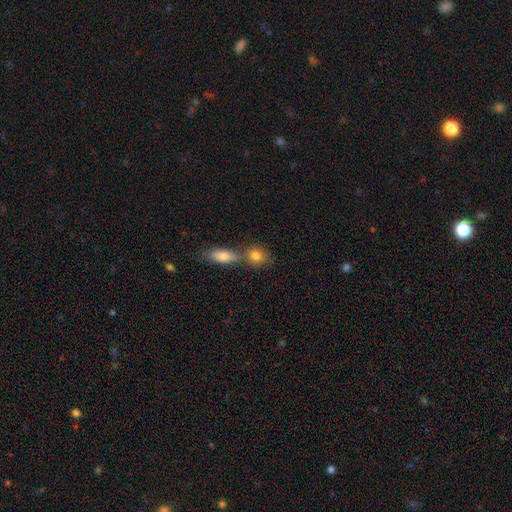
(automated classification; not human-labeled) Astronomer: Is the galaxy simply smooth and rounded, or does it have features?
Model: smooth — 82%.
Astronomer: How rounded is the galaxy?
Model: round — 51% (runner-up: in between, 45%).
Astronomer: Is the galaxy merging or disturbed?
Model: none — 44% (runner-up: merger, 43%).